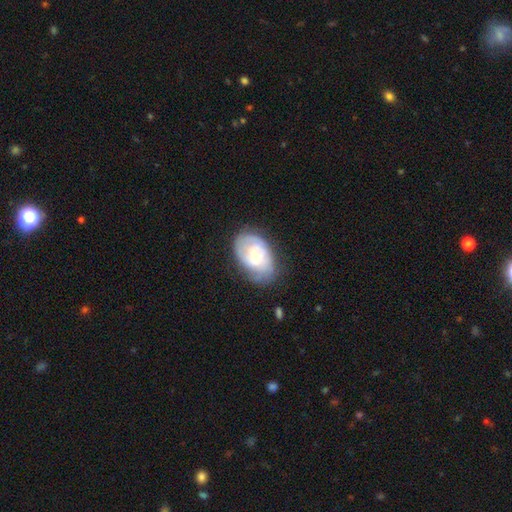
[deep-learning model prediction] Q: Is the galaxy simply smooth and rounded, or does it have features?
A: featured or disk — 55%.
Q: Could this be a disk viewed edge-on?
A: no — 96%.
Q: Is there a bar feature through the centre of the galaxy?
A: no — 61%.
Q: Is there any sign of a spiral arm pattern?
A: yes — 76%.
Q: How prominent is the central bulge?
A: small — 49%.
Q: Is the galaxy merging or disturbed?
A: none — 60%.